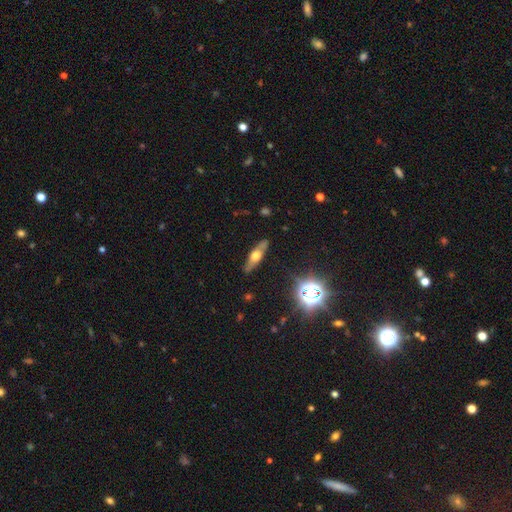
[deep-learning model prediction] Smooth or featured: featured or disk — 51% (smooth — 39%)
Edge-on disk: yes — 80% (no — 20%)
Merging: none — 86% (minor disturbance — 11%)